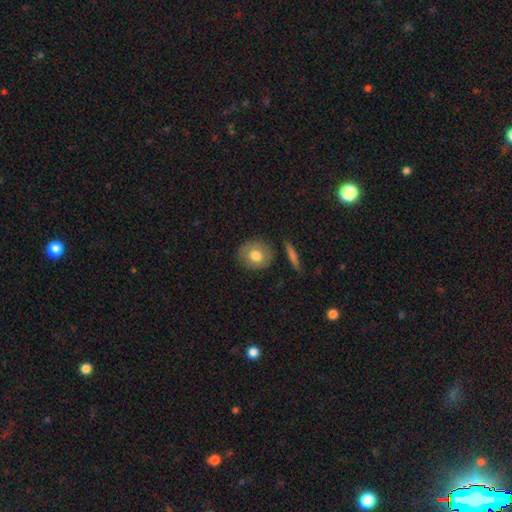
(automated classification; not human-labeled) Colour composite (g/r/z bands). It shows a smooth galaxy with no disk features (77%) that is round (78%). Merging: none (82%).